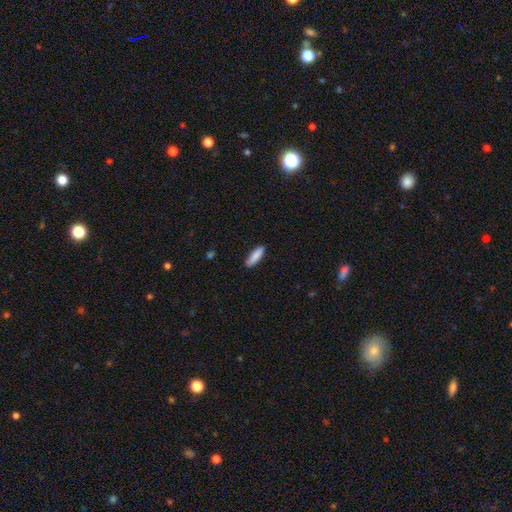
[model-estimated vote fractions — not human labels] Smooth or featured?
  - smooth: 88% *
  - featured or disk: 6%
  - star or artifact: 6%
How rounded?
  - cigar-shaped: 58% *
  - in between: 41%
  - round: 1%
Merging?
  - none: 85% *
  - minor disturbance: 11%
  - major disturbance: 2%
  - merger: 1%